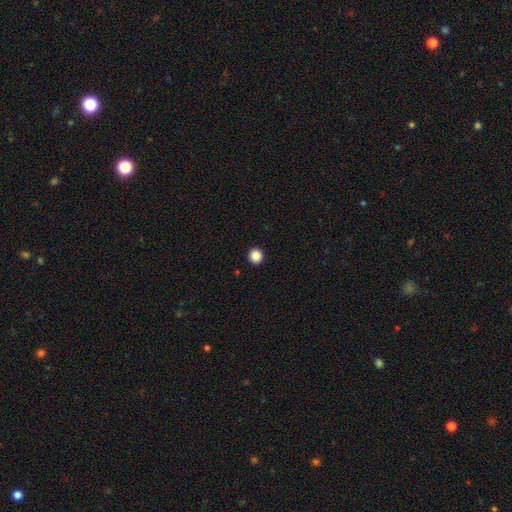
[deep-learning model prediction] Smooth or featured: smooth — 88% (star or artifact — 10%)
How rounded: round — 92% (in between — 7%)
Merging: none — 94% (minor disturbance — 4%)